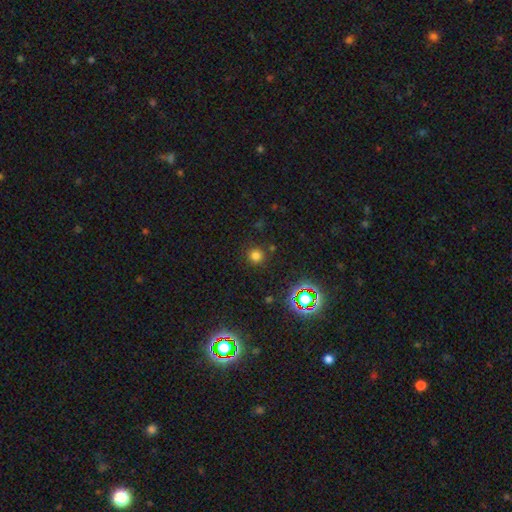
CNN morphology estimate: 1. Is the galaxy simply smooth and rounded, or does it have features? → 72% smooth, 22% star or artifact, 6% featured or disk.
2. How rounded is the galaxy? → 93% round, 6% in between, 1% cigar-shaped.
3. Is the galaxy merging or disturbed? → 85% none, 8% minor disturbance, 3% merger, 3% major disturbance.